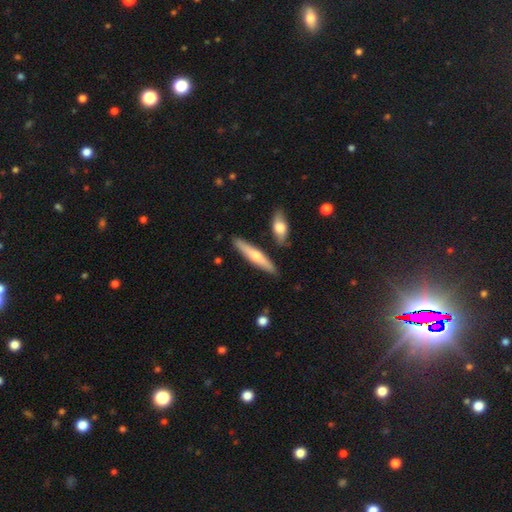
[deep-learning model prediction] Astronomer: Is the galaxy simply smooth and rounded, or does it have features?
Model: smooth — 48% (runner-up: featured or disk, 46%).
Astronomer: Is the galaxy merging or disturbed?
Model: none — 84%.